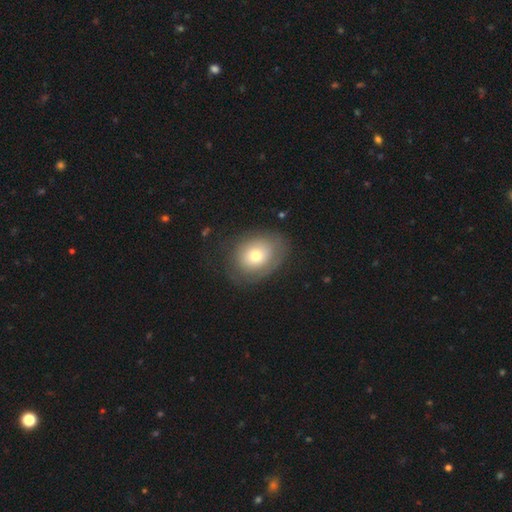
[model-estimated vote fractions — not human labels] Smooth or featured: smooth — 62% (featured or disk — 29%)
How rounded: in between — 60% (round — 39%)
Merging: none — 71% (minor disturbance — 19%)